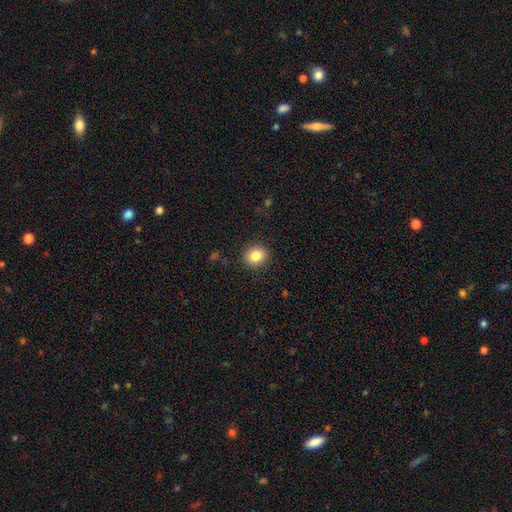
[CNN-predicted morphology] This appears to be a smooth galaxy with no disk features (84%) that is round (67%). Merging: none (90%).